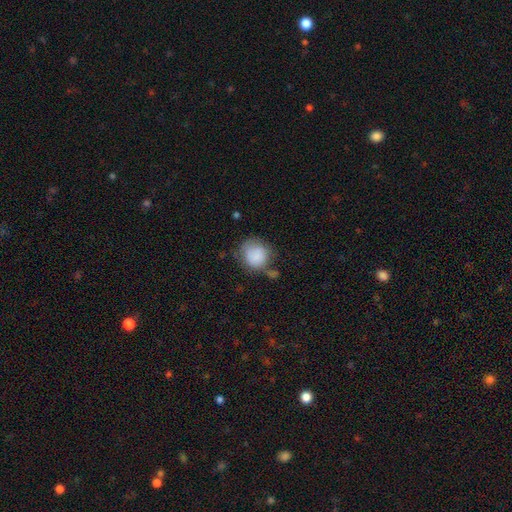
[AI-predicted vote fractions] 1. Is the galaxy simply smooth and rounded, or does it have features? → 83% smooth, 9% featured or disk, 7% star or artifact.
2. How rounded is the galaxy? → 81% round, 18% in between, 1% cigar-shaped.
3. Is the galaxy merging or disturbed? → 52% none, 27% minor disturbance, 12% major disturbance, 10% merger.